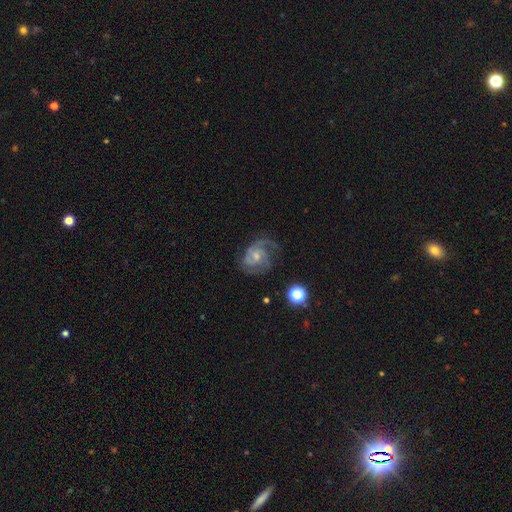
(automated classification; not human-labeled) Smooth or featured: featured or disk — 84% (smooth — 10%)
Edge-on disk: no — 98% (yes — 2%)
Bar: no — 54% (weak — 40%)
Spiral arms: yes — 96% (no — 4%)
Spiral winding: medium — 46% (tight — 40%)
Spiral arm count: 2 — 46% (3 — 21%)
Bulge size: small — 48% (moderate — 41%)
Merging: none — 57% (minor disturbance — 22%)